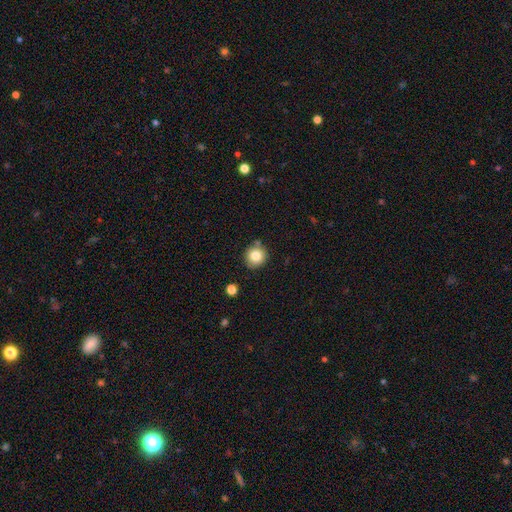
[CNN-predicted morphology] smooth_or_featured: smooth (p=0.81) [alt: star or artifact p=0.10]
how_rounded: round (p=0.91) [alt: in between p=0.08]
merging: none (p=0.80) [alt: minor disturbance p=0.11]